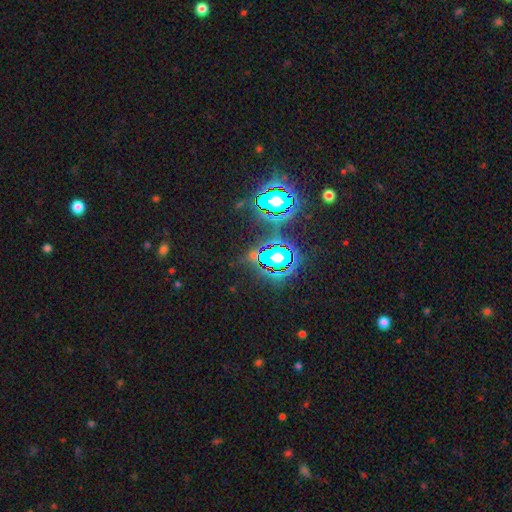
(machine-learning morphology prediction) Overall: star or artifact (79%).